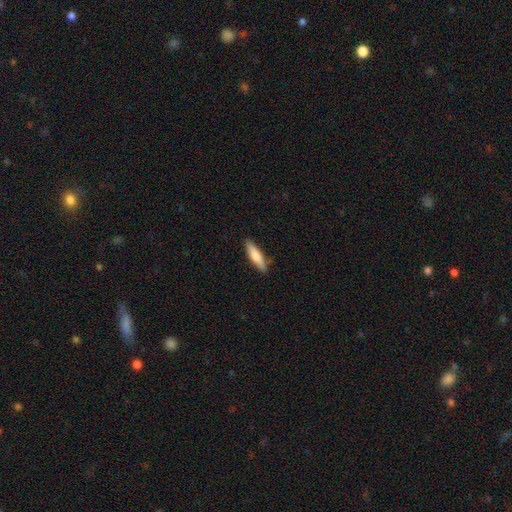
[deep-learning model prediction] Smooth or featured? smooth (73%)
How rounded? cigar-shaped (74%)
Merging? none (86%)